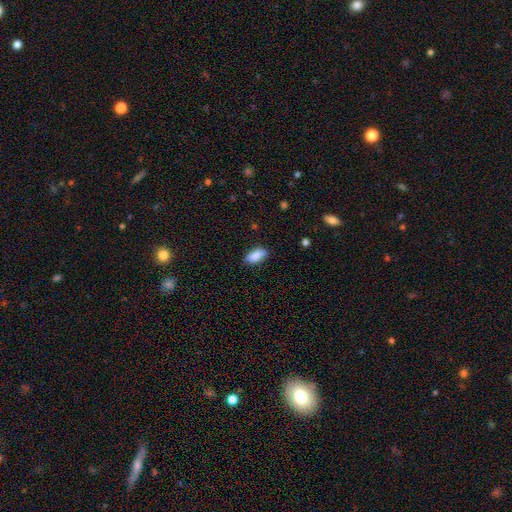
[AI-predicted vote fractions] Q: Smooth or featured?
A: smooth (88%); runner-up: star or artifact (7%)
Q: How rounded?
A: in between (89%); runner-up: cigar-shaped (8%)
Q: Merging?
A: none (84%); runner-up: minor disturbance (12%)